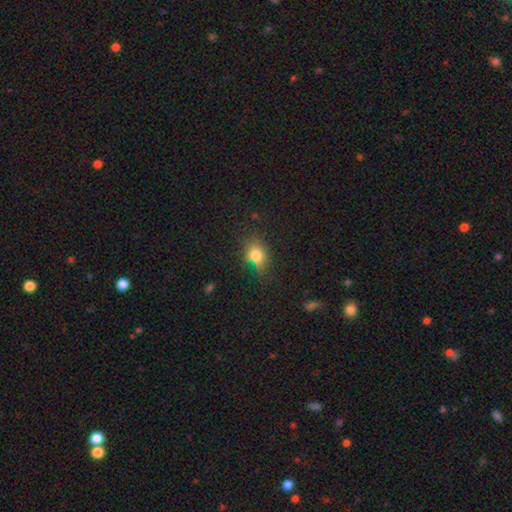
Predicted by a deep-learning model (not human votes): smooth_or_featured: smooth (p=0.76) [alt: star or artifact p=0.14]
how_rounded: in between (p=0.58) [alt: round p=0.39]
merging: none (p=0.64) [alt: minor disturbance p=0.23]